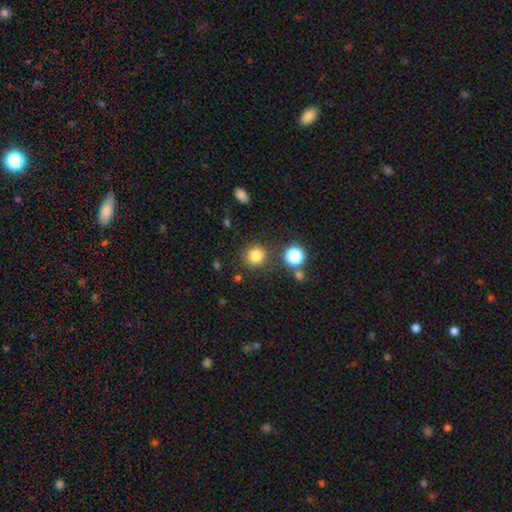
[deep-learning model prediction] Smooth or featured? smooth (81%)
How rounded? round (90%)
Merging? none (85%)